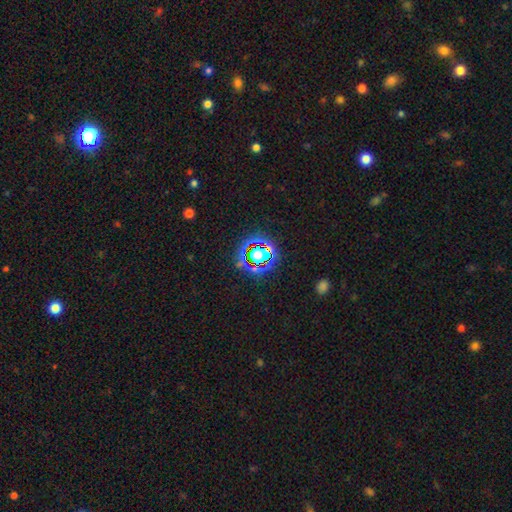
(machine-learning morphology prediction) This appears to be a star or artifact, not a galaxy (65%).